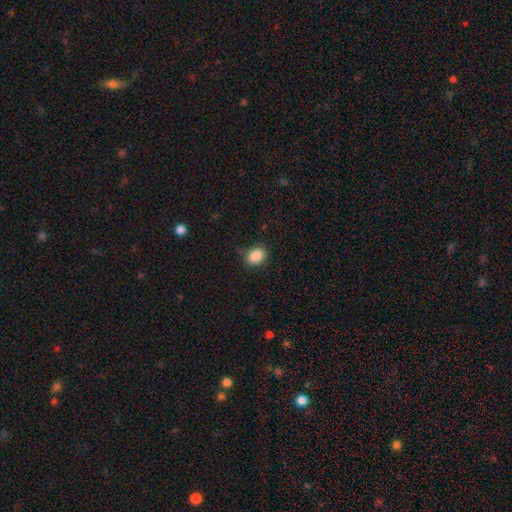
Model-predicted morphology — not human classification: The model was most divided on "how rounded": in between: 61%, round: 38%, cigar-shaped: 1%. More confident: smooth or featured — smooth (87%); merging — none (76%).